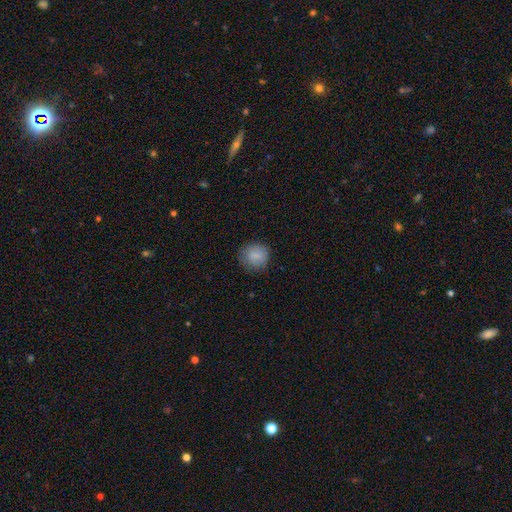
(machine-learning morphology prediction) This is clearly a smooth galaxy (86%). How rounded: clearly round (90%). Merging: clearly none (83%).